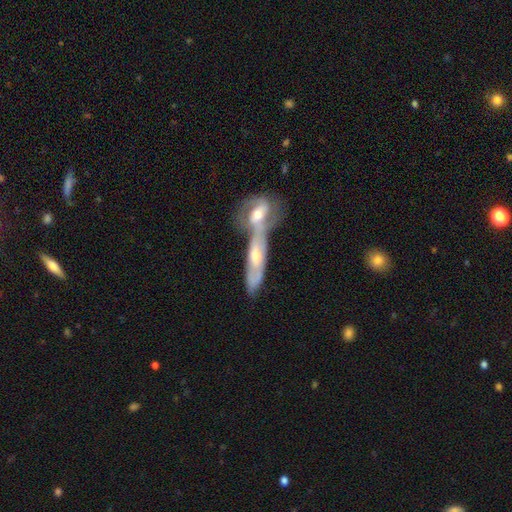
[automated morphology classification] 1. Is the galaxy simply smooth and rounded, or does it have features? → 64% featured or disk, 30% smooth, 6% star or artifact.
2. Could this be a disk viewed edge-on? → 69% no, 31% yes.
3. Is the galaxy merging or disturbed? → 64% merger, 24% none, 8% minor disturbance, 4% major disturbance.